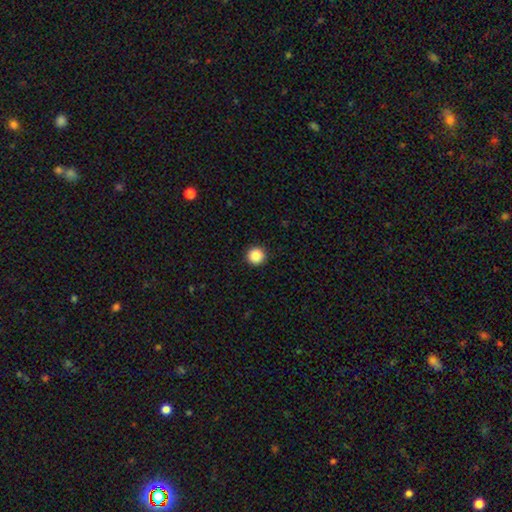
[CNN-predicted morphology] Smooth or featured?
  - smooth: 87% *
  - star or artifact: 9%
  - featured or disk: 4%
How rounded?
  - round: 96% *
  - in between: 3%
  - cigar-shaped: 1%
Merging?
  - none: 93% *
  - minor disturbance: 4%
  - major disturbance: 1%
  - merger: 1%